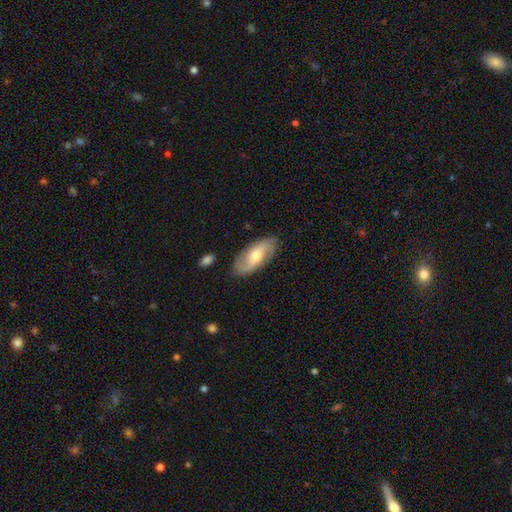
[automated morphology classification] Smooth or featured: featured or disk — 56% (smooth — 37%)
Edge-on disk: no — 89% (yes — 11%)
Merging: none — 82% (minor disturbance — 13%)